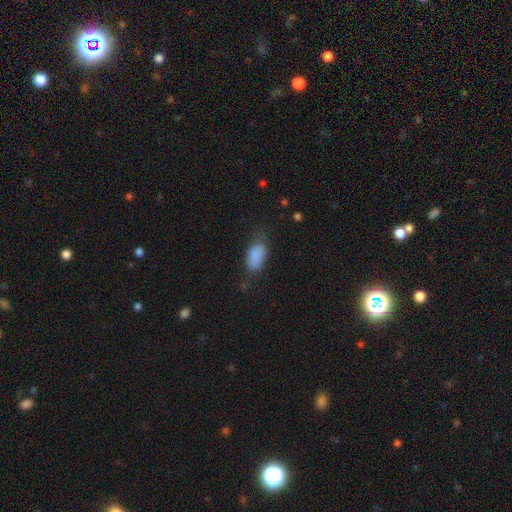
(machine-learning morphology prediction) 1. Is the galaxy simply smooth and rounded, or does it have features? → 84% smooth, 9% star or artifact, 7% featured or disk.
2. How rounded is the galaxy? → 91% in between, 4% round, 4% cigar-shaped.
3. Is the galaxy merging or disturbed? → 58% none, 27% minor disturbance, 13% major disturbance, 2% merger.